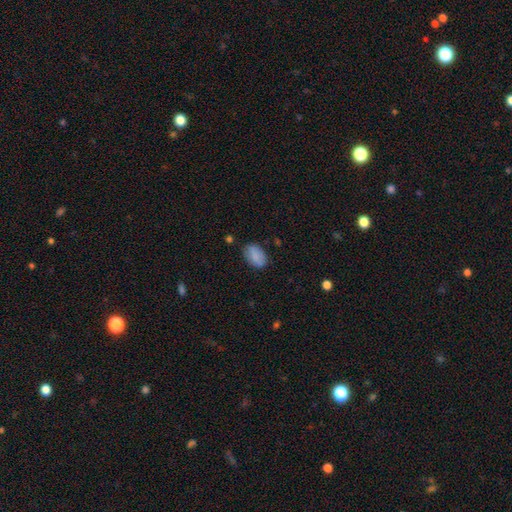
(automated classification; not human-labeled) Smooth or featured? smooth (86%)
How rounded? in between (91%)
Merging? none (79%)